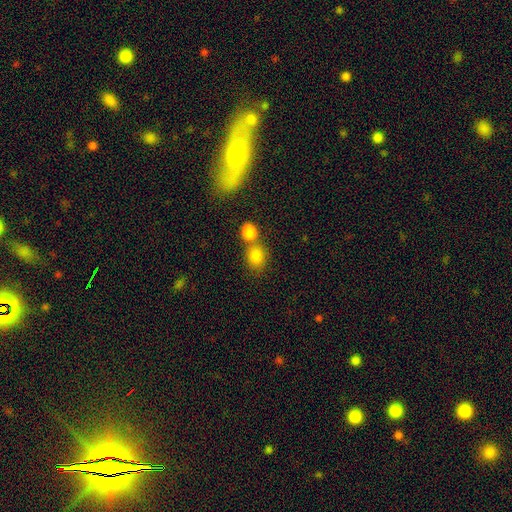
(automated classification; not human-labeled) smooth_or_featured: smooth (p=0.82) [alt: star or artifact p=0.11]
how_rounded: round (p=0.57) [alt: in between p=0.42]
merging: none (p=0.46) [alt: merger p=0.41]